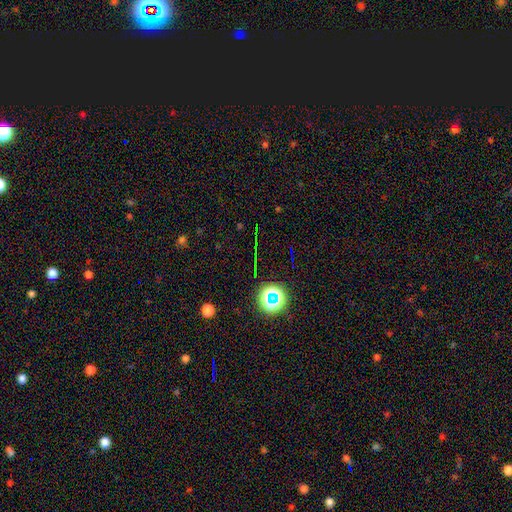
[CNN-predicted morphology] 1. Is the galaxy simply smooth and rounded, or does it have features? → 74% star or artifact, 15% smooth, 11% featured or disk.